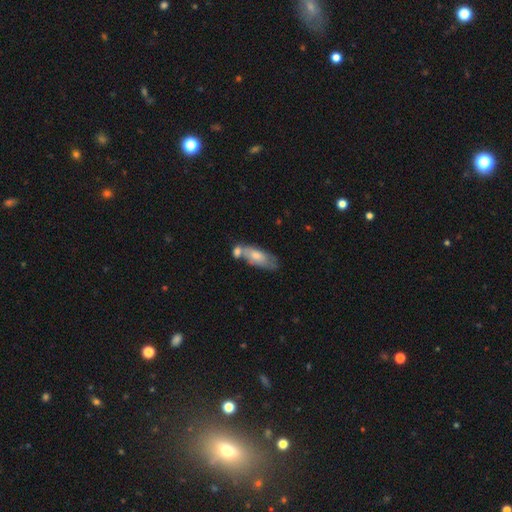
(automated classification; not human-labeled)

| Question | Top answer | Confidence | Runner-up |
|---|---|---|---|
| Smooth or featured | smooth | 69% | featured or disk (25%) |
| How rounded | in between | 76% | cigar-shaped (22%) |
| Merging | merger | 40% | none (36%) |